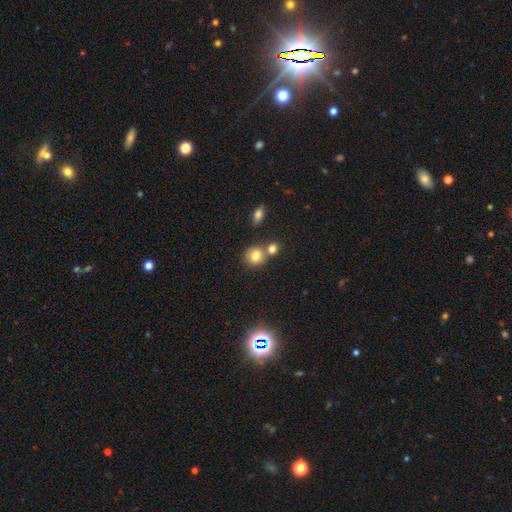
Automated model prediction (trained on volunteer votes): smooth_or_featured: smooth (p=0.79) [alt: star or artifact p=0.11]
how_rounded: round (p=0.76) [alt: in between p=0.23]
merging: none (p=0.57) [alt: merger p=0.30]